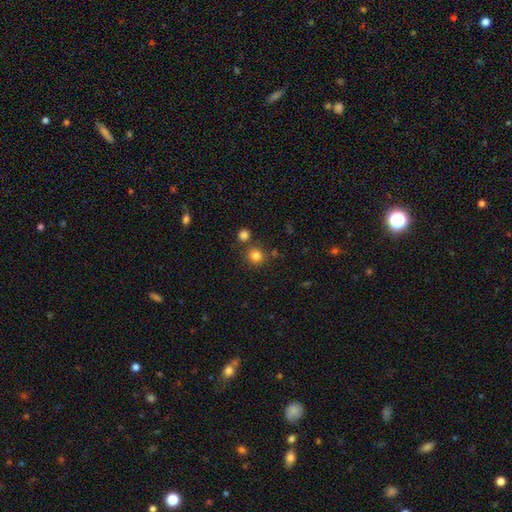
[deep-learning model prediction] Smooth or featured?
  - smooth: 82% *
  - star or artifact: 13%
  - featured or disk: 5%
How rounded?
  - round: 91% *
  - in between: 8%
  - cigar-shaped: 1%
Merging?
  - none: 79% *
  - merger: 11%
  - minor disturbance: 8%
  - major disturbance: 3%